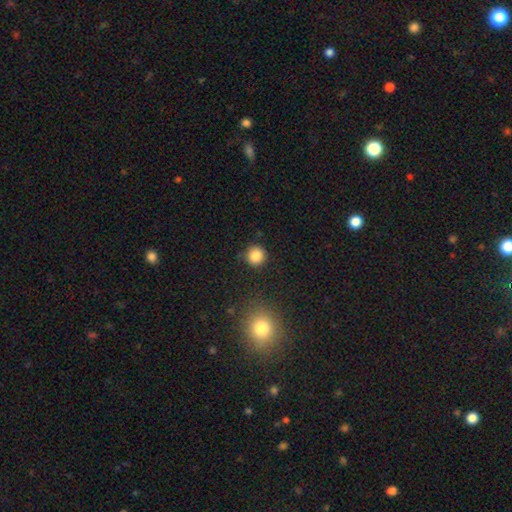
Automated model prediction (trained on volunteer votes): smooth_or_featured: smooth (p=0.84) [alt: star or artifact p=0.11]
how_rounded: round (p=0.93) [alt: in between p=0.06]
merging: none (p=0.89) [alt: minor disturbance p=0.07]